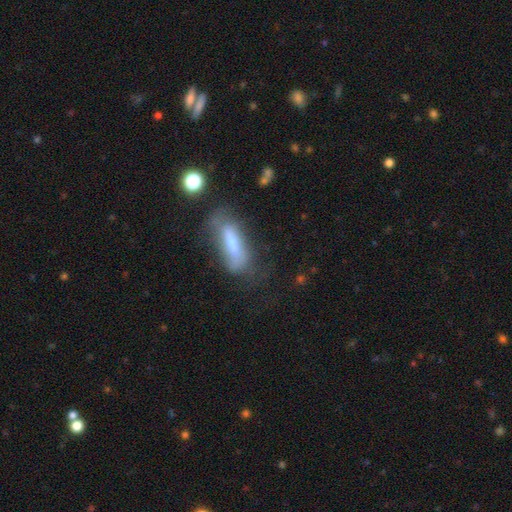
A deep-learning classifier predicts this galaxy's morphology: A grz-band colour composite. It shows a smooth galaxy with no disk features (47%). Merging: none (64%).